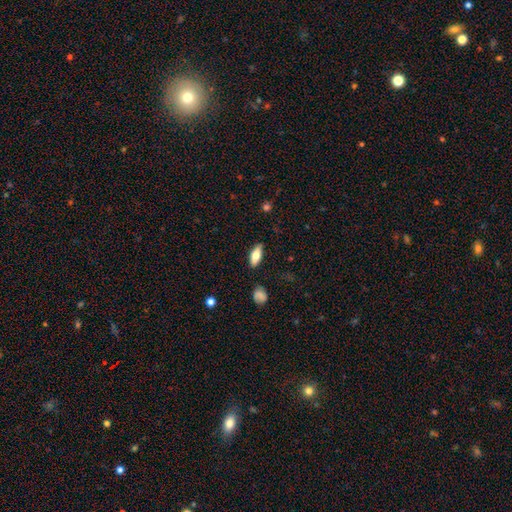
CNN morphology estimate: Smooth or featured? smooth (70%)
How rounded? in between (77%)
Merging? none (86%)